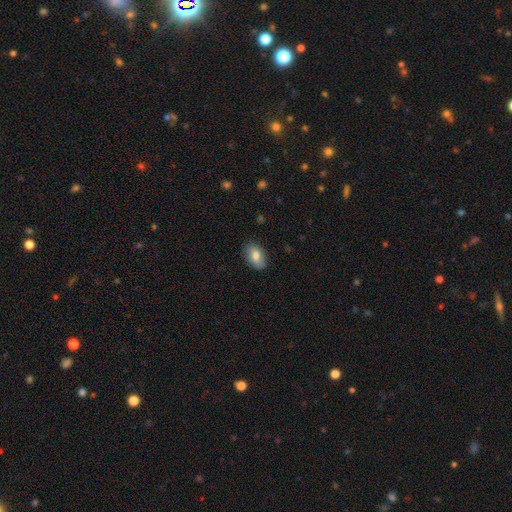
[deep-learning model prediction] Smooth or featured: smooth — 77% (featured or disk — 16%)
How rounded: in between — 88% (round — 10%)
Merging: none — 82% (minor disturbance — 14%)